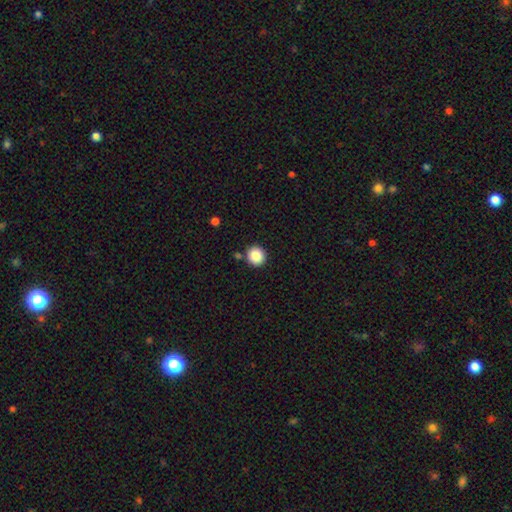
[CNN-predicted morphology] Smooth or featured? Predicted: smooth (p=0.86). How rounded? Predicted: round (p=0.93). Merging? Predicted: none (p=0.86).